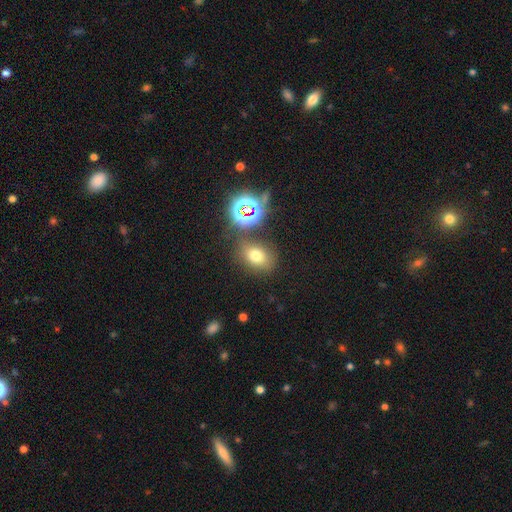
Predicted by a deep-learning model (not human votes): The model was most divided on "how rounded": in between: 59%, round: 40%, cigar-shaped: 1%. More confident: merging — none (75%); smooth or featured — smooth (66%).